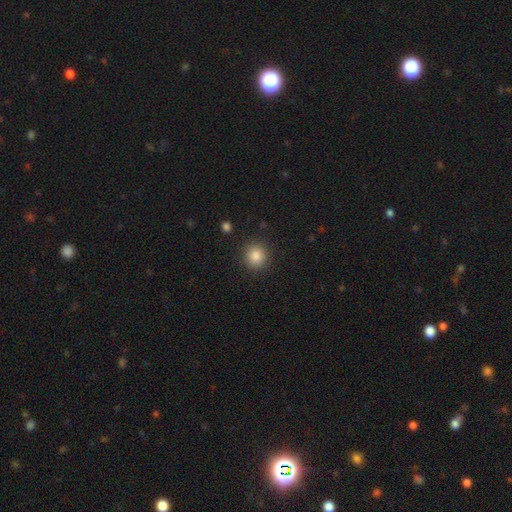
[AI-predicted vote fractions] Smooth or featured: smooth — 85% (star or artifact — 10%)
How rounded: round — 90% (in between — 9%)
Merging: none — 89% (minor disturbance — 7%)